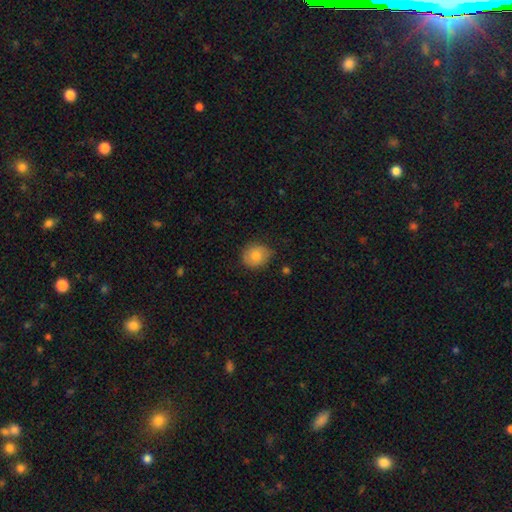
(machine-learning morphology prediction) The model was most divided on "how rounded": round: 77%, in between: 22%, cigar-shaped: 1%. More confident: smooth or featured — smooth (77%); merging — none (76%).